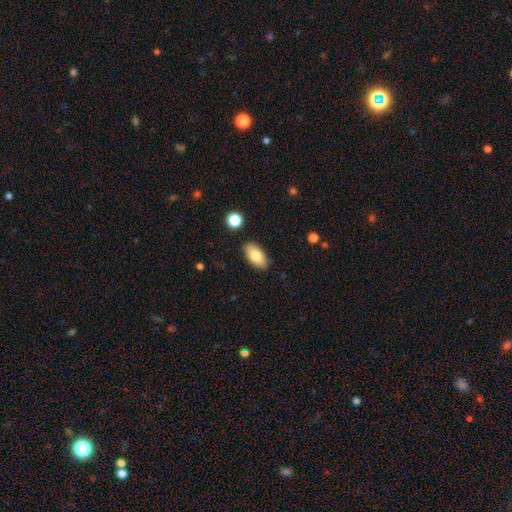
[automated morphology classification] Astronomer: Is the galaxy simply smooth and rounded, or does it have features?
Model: smooth — 79%.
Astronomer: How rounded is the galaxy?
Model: in between — 93%.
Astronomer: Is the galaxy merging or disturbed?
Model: none — 87%.